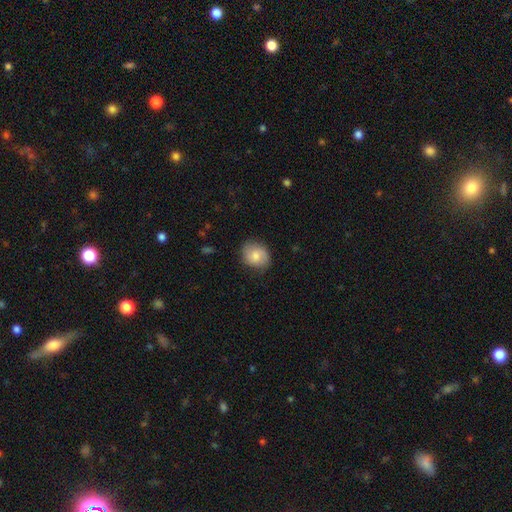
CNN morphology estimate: smooth_or_featured: smooth (p=0.73) [alt: featured or disk p=0.19]
how_rounded: round (p=0.63) [alt: in between p=0.36]
merging: none (p=0.78) [alt: minor disturbance p=0.17]